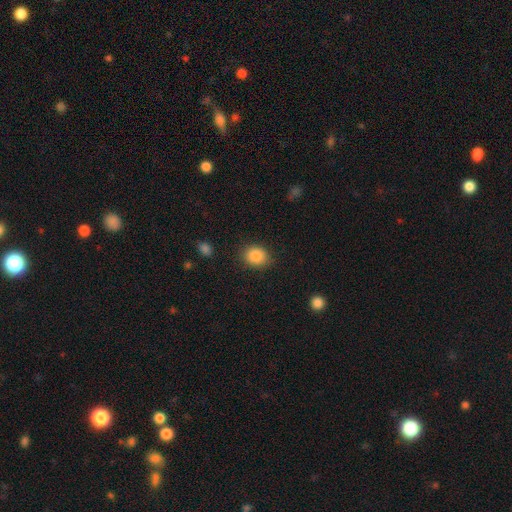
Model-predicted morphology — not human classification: Smooth or featured? Predicted: smooth (p=0.87). How rounded? Predicted: round (p=0.53). Merging? Predicted: none (p=0.85).